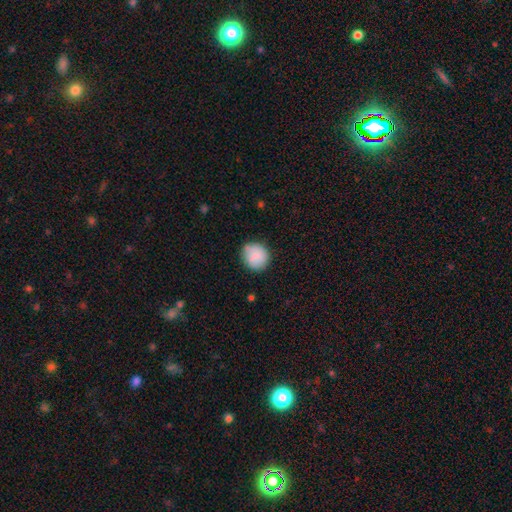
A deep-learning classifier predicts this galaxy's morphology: Smooth or featured? Predicted: smooth (p=0.85). How rounded? Predicted: round (p=0.87). Merging? Predicted: none (p=0.79).